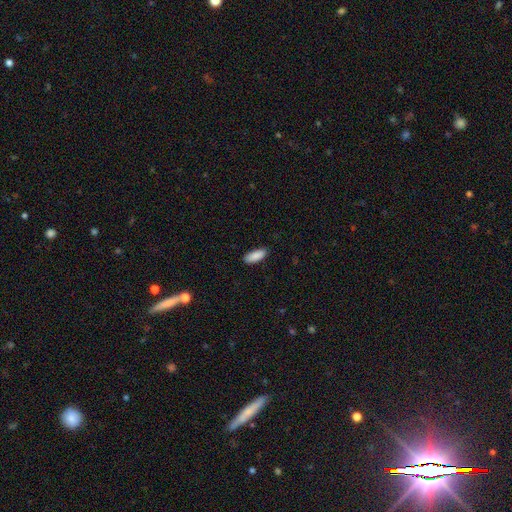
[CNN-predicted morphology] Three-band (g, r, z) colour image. It shows a smooth galaxy with no disk features (90%) that is in between round and cigar-shaped (79%). Merging: none (88%).